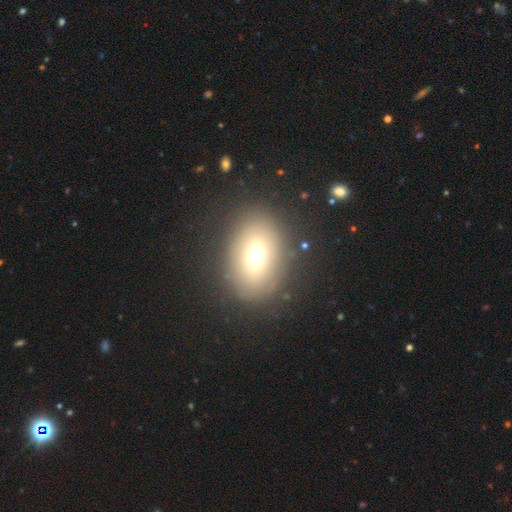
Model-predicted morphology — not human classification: type=smooth (66%); roundness=in between (63%); merging=none (82%).